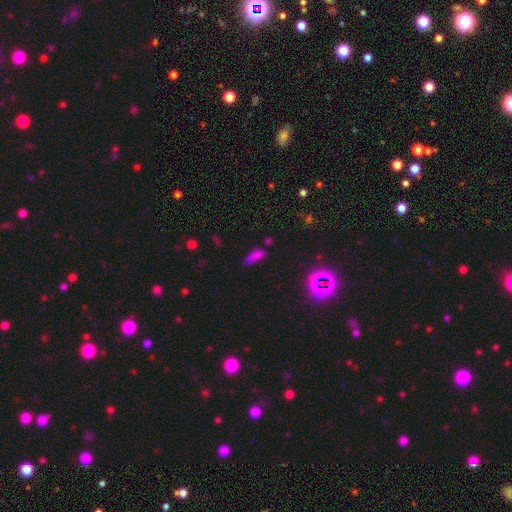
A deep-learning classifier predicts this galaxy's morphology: This is likely a smooth galaxy (69%). How rounded: possibly in between (56%). Merging: likely none (60%).